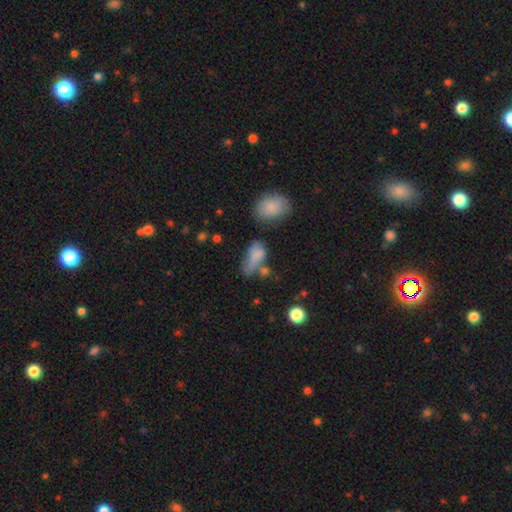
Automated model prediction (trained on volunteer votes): Q: Smooth or featured?
A: smooth (72%); runner-up: featured or disk (16%)
Q: How rounded?
A: in between (84%); runner-up: cigar-shaped (10%)
Q: Merging?
A: none (30%); runner-up: minor disturbance (26%)